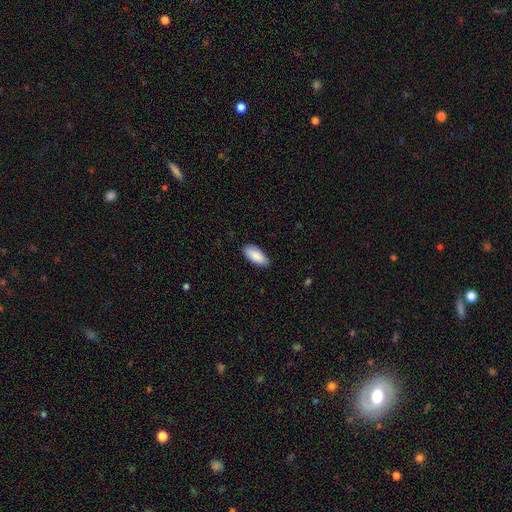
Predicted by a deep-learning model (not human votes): A smooth galaxy with no disk features (89%) that is in between round and cigar-shaped (88%).

Vote fractions:
- Smooth or featured? smooth: 89% / featured or disk: 6% / star or artifact: 6%
- How rounded? in between: 88% / cigar-shaped: 10% / round: 2%
- Merging? none: 85% / minor disturbance: 12% / major disturbance: 2% / merger: 1%